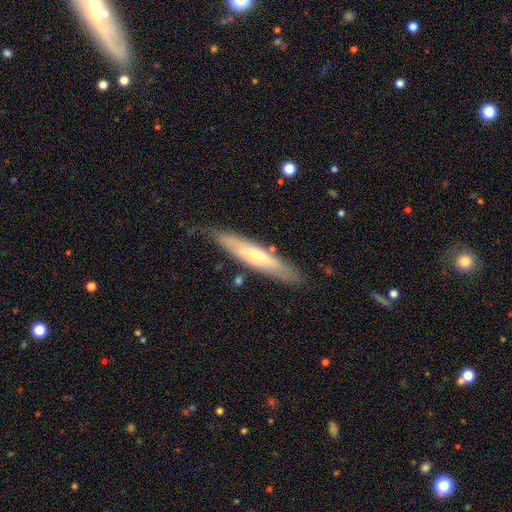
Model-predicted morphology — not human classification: This appears to be a featured or disk galaxy (50%) viewed edge-on (73%). Merging: none (75%).